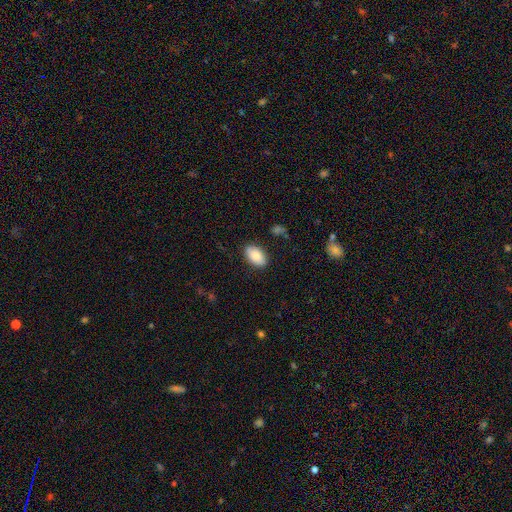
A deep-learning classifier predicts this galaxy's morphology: This appears to be a smooth galaxy with no disk features (87%) that is in between round and cigar-shaped (93%). Merging: none (86%).